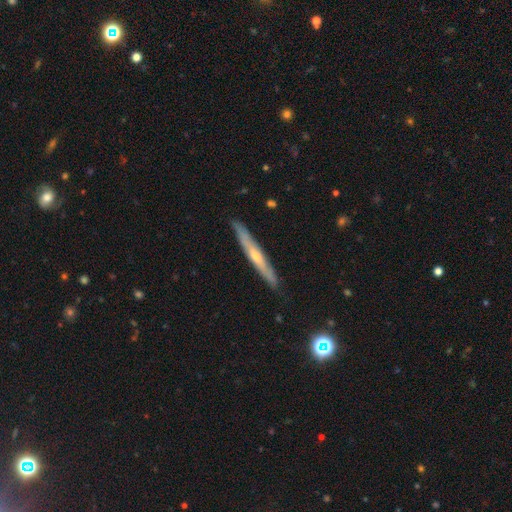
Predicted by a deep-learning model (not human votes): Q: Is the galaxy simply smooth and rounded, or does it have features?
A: featured or disk — 61%.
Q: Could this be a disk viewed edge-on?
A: yes — 93%.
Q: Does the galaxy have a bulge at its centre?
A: rounded — 66%.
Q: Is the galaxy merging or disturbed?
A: none — 89%.